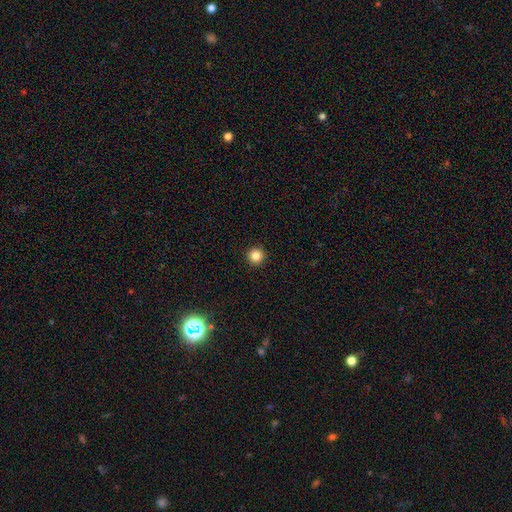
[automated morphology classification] Overall: smooth (85%). How rounded: round (96%). Merging: none (94%).